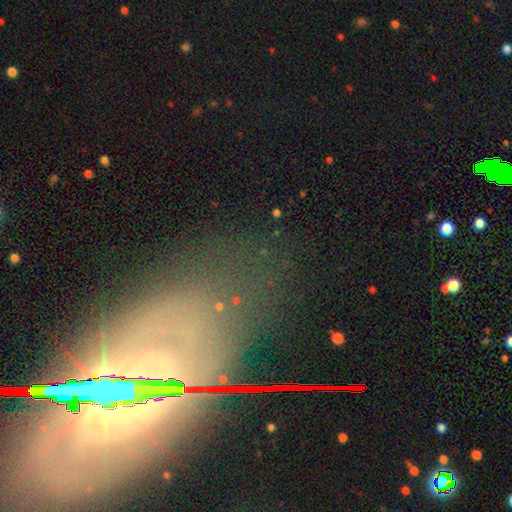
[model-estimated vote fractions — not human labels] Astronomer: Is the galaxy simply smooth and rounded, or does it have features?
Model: star or artifact — 46% (runner-up: featured or disk, 39%).